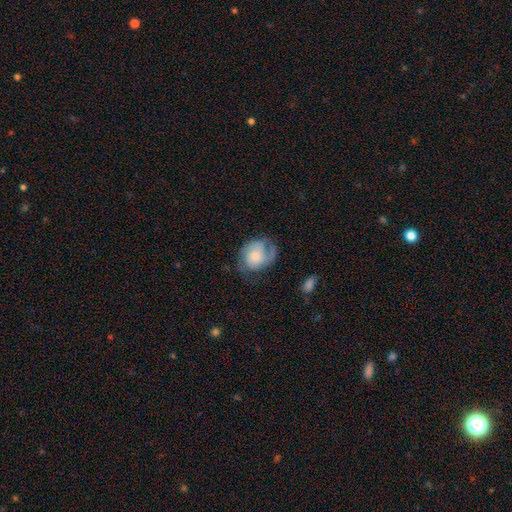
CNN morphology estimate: smooth_or_featured: featured or disk (p=0.51) [alt: smooth p=0.41]
disk_edge_on: no (p=0.97) [alt: yes p=0.03]
bar: no (p=0.74) [alt: weak p=0.22]
has_spiral_arms: yes (p=0.83) [alt: no p=0.17]
bulge_size: small (p=0.38) [tied with: moderate p=0.38]
merging: none (p=0.46) [alt: minor disturbance p=0.29]